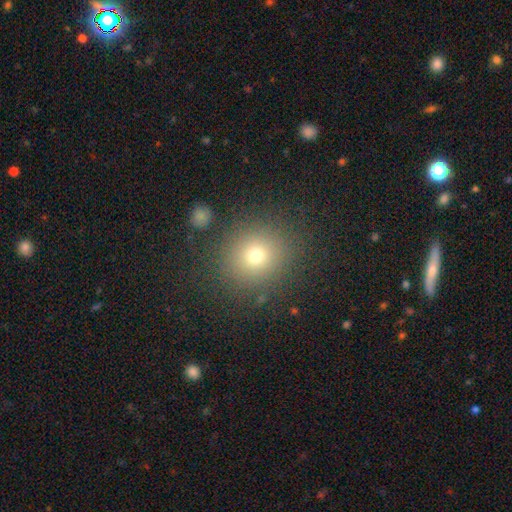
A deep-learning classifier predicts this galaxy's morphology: A smooth galaxy with no disk features (72%) that is round (86%). Merging: none (86%).